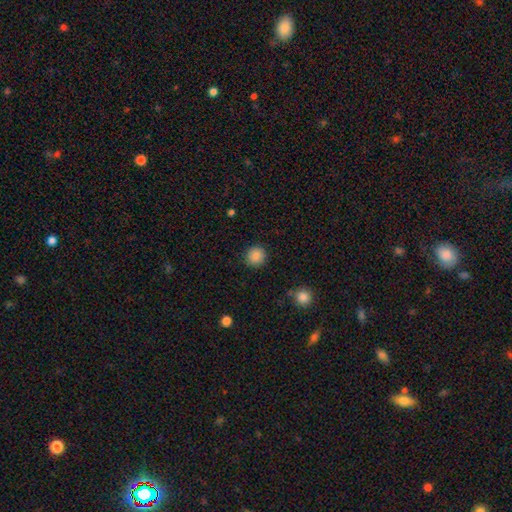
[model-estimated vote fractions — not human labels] A smooth galaxy with no disk features (87%) that is round (92%). Merging: none (90%).